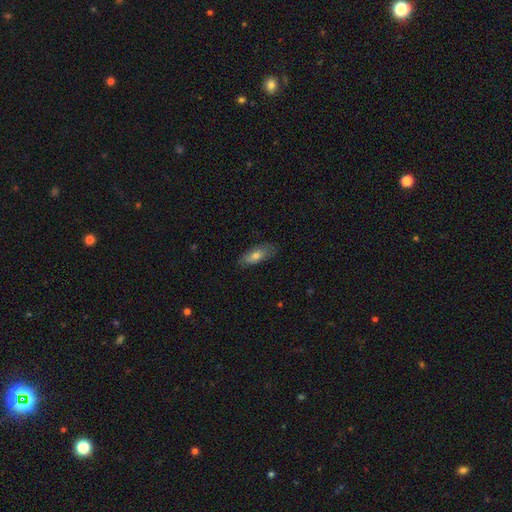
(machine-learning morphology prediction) Smooth or featured? smooth (73%)
How rounded? in between (76%)
Merging? none (78%)